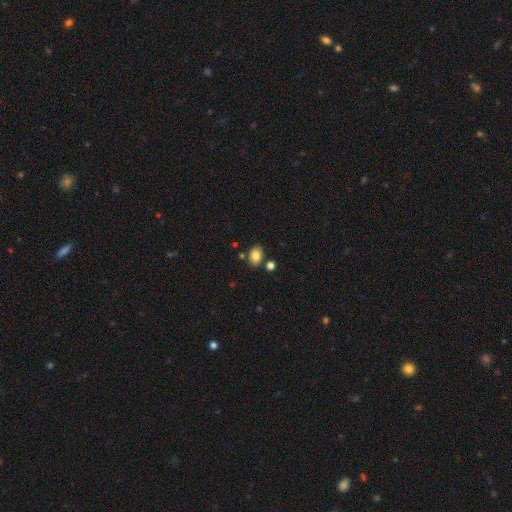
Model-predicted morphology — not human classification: Q: Smooth or featured?
A: smooth (82%); runner-up: star or artifact (10%)
Q: How rounded?
A: in between (77%); runner-up: round (22%)
Q: Merging?
A: none (78%); runner-up: minor disturbance (11%)